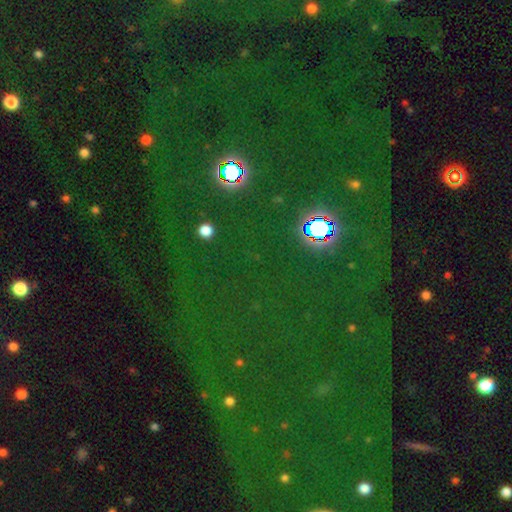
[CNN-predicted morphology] Smooth or featured? star or artifact (77%)